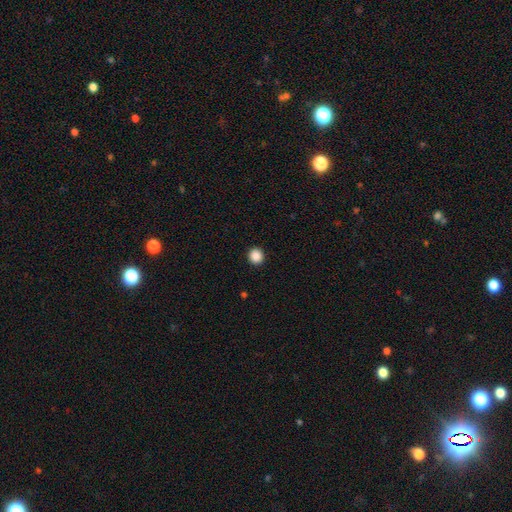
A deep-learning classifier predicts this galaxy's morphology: This appears to be a smooth galaxy with no disk features (88%) that is round (89%). Merging: none (93%).